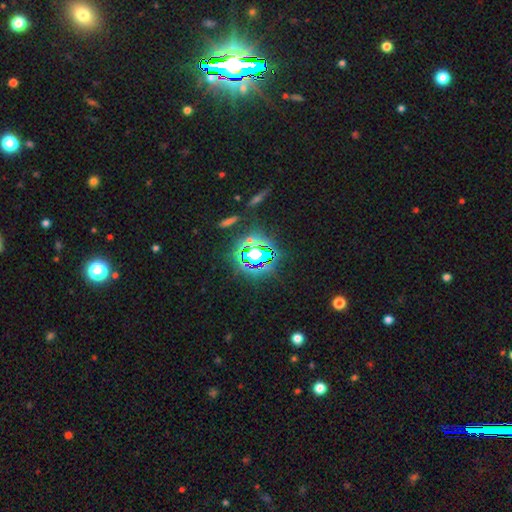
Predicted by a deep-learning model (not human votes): Smooth or featured?
  - star or artifact: 68% *
  - smooth: 20%
  - featured or disk: 11%